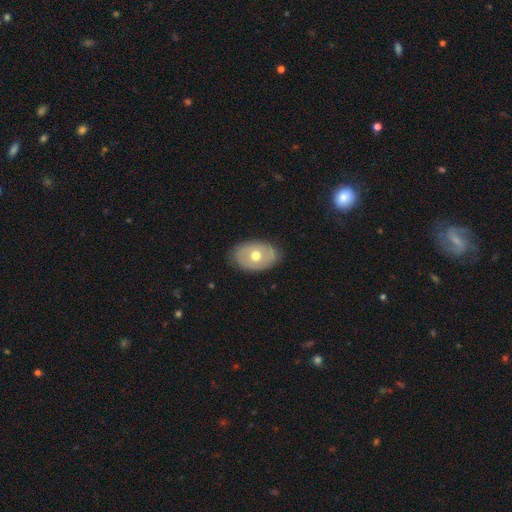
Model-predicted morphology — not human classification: This appears to be a smooth galaxy with no disk features (49%). Merging: none (81%).